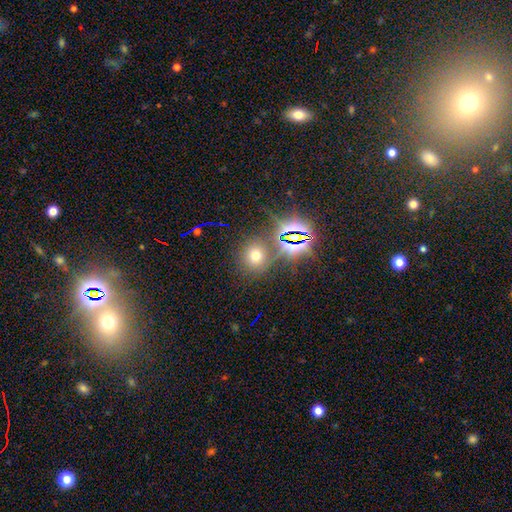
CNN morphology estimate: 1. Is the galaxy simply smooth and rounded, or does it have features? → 55% smooth, 36% star or artifact, 9% featured or disk.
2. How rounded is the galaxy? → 84% round, 15% in between, 1% cigar-shaped.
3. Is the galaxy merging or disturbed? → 77% none, 9% minor disturbance, 9% merger, 5% major disturbance.